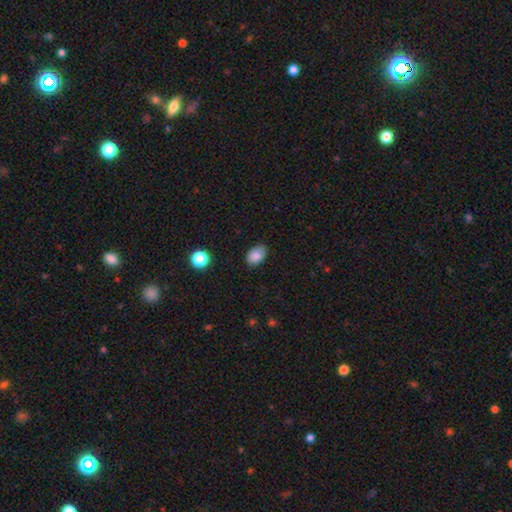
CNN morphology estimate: type=smooth (86%); roundness=in between (83%); merging=none (78%).